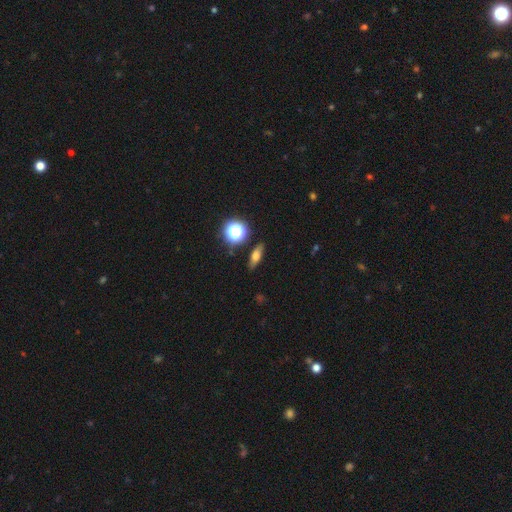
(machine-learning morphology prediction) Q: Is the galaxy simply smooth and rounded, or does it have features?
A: smooth — 55%.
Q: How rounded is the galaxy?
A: in between — 46%.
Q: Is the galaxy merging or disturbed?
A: none — 86%.